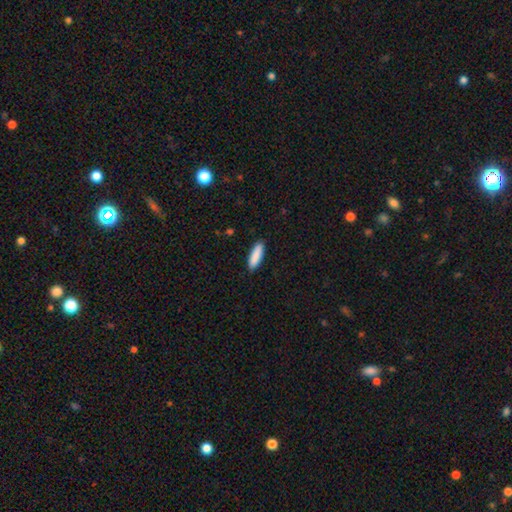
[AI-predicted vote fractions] Q: Smooth or featured?
A: smooth (89%); runner-up: star or artifact (6%)
Q: How rounded?
A: cigar-shaped (56%); runner-up: in between (43%)
Q: Merging?
A: none (89%); runner-up: minor disturbance (8%)